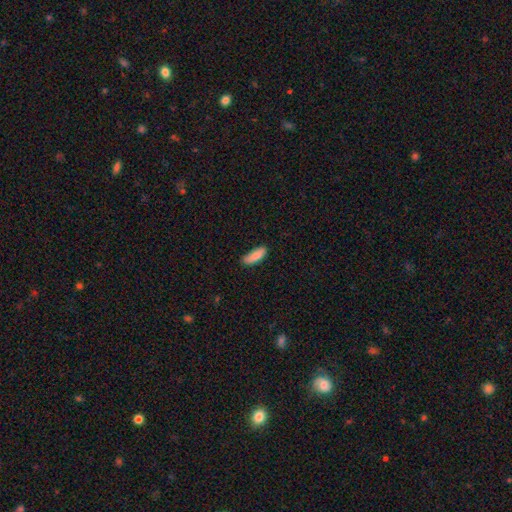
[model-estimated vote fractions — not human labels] This is clearly a smooth galaxy (88%). How rounded: likely in between (61%). Merging: likely none (80%).